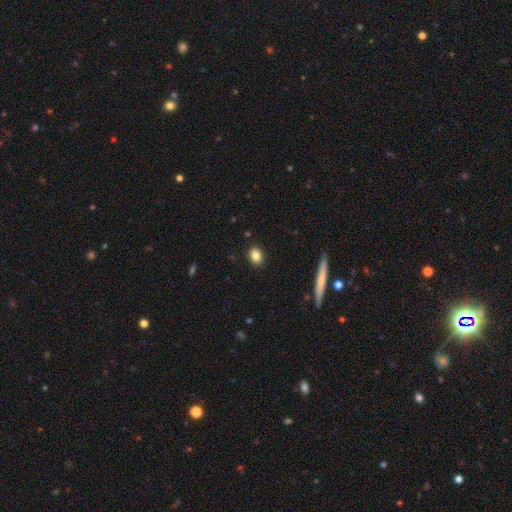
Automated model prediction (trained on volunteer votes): smooth 85%, star or artifact 9%, featured or disk 6%. Down the decision tree: how rounded — in between (60%); merging — none (90%).